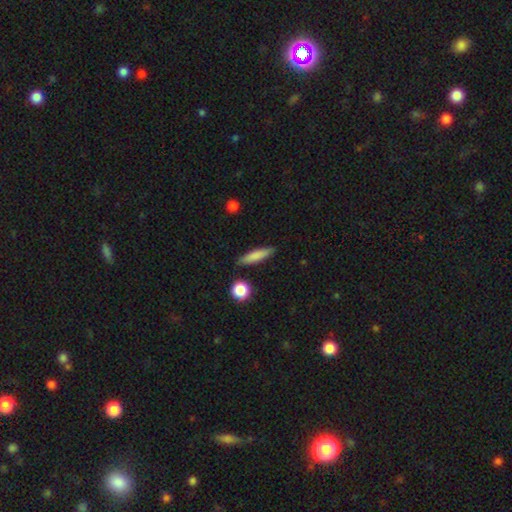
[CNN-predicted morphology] A smooth galaxy with no disk features (79%) that is cigar-shaped (80%). Merging: none (86%).